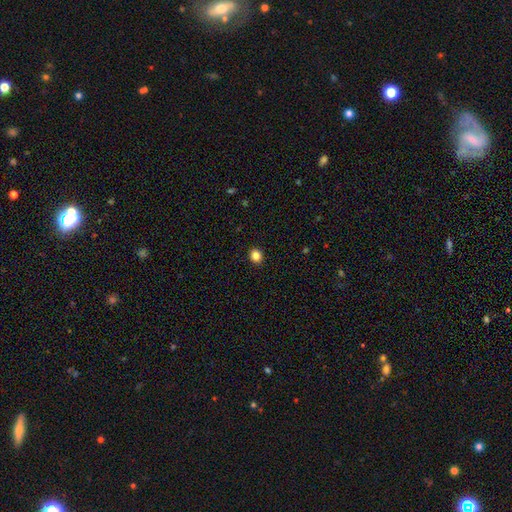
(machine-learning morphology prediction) A smooth galaxy with no disk features (85%) that is round (74%).

Vote fractions:
- Smooth or featured? smooth: 85% / star or artifact: 11% / featured or disk: 4%
- How rounded? round: 74% / in between: 25% / cigar-shaped: 1%
- Merging? none: 92% / minor disturbance: 5% / major disturbance: 2% / merger: 1%